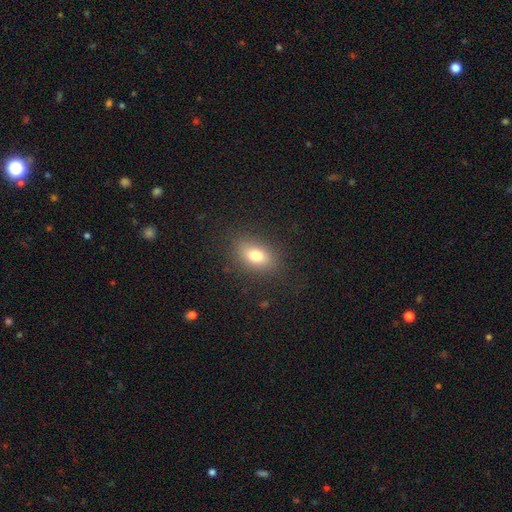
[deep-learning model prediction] Smooth or featured? smooth (77%)
How rounded? in between (80%)
Merging? none (83%)